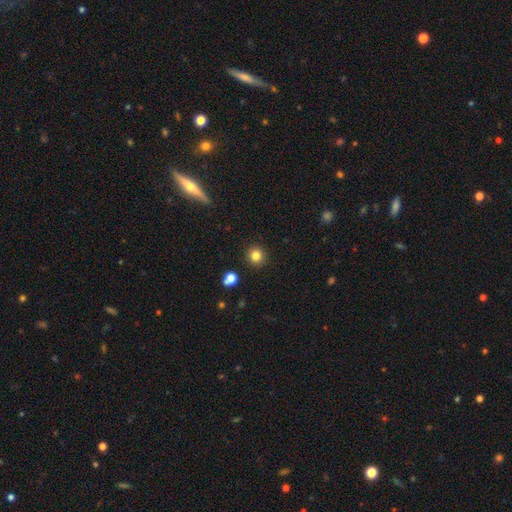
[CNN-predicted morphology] This appears to be a smooth galaxy with no disk features (82%) that is round (92%). Merging: none (91%).